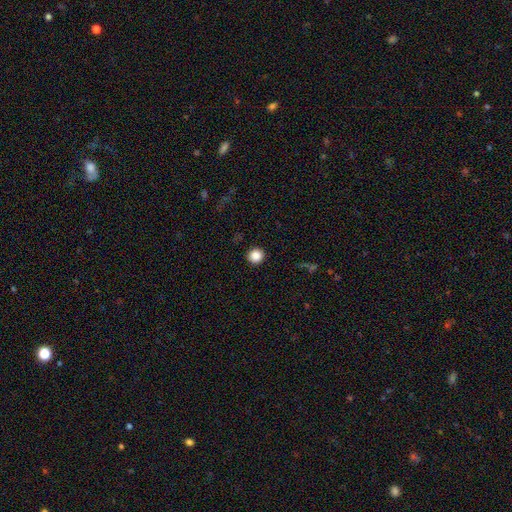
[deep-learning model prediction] Smooth or featured? smooth (86%)
How rounded? round (94%)
Merging? none (93%)